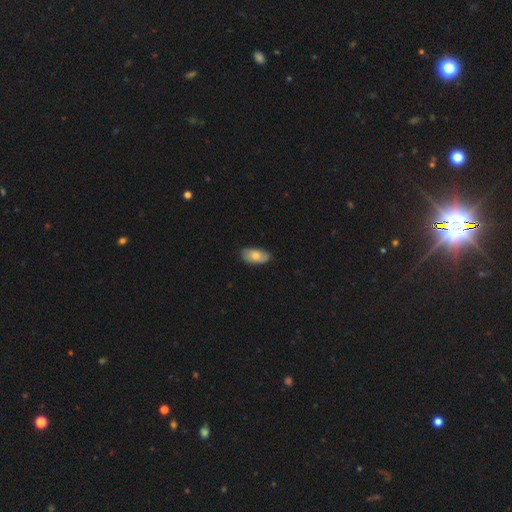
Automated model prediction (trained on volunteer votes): The model was most divided on "smooth or featured": smooth: 77%, featured or disk: 17%, star or artifact: 6%. More confident: how rounded — in between (94%); merging — none (81%).